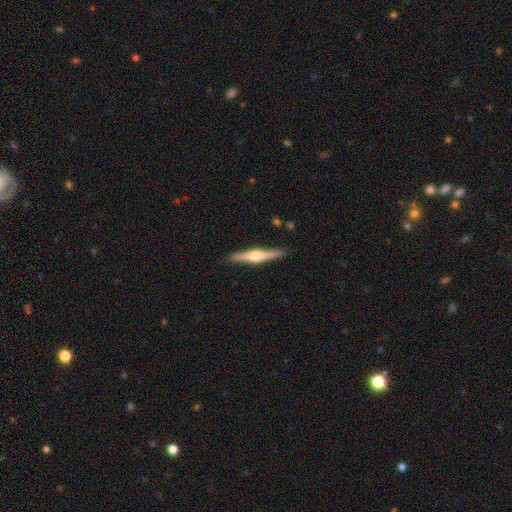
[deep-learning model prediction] Smooth or featured? featured or disk (67%)
Edge-on disk? yes (98%)
Edge-on bulge? rounded (91%)
Merging? none (90%)